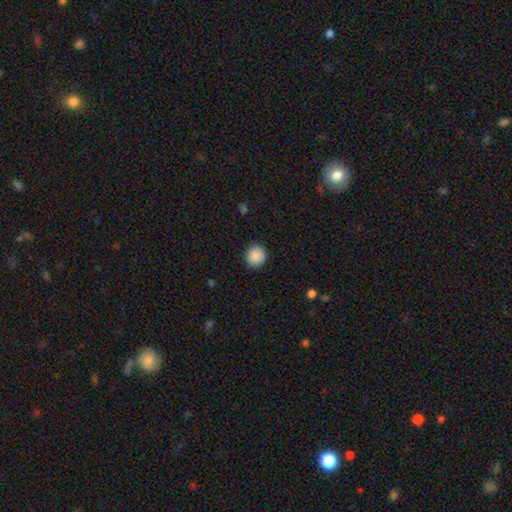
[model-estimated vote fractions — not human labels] This appears to be a smooth galaxy with no disk features (89%) that is round (90%). Merging: none (91%).